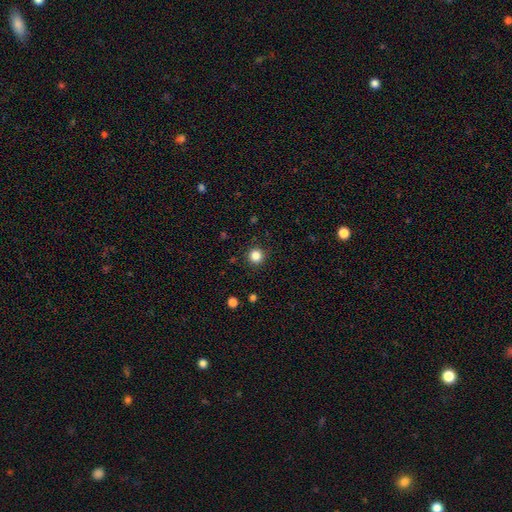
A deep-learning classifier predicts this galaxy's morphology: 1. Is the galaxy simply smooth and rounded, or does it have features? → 84% smooth, 12% star or artifact, 4% featured or disk.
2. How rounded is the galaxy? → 95% round, 4% in between, 1% cigar-shaped.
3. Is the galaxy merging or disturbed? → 91% none, 6% minor disturbance, 2% major disturbance, 1% merger.